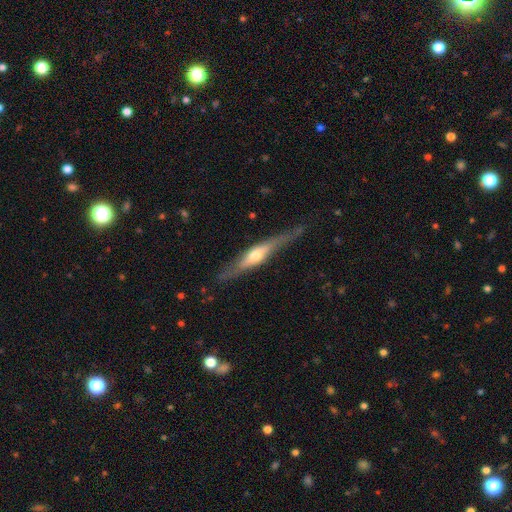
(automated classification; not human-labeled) This appears to be a featured or disk galaxy (71%) viewed edge-on (93%) with a rounded central bulge (84%). Merging: none (76%).